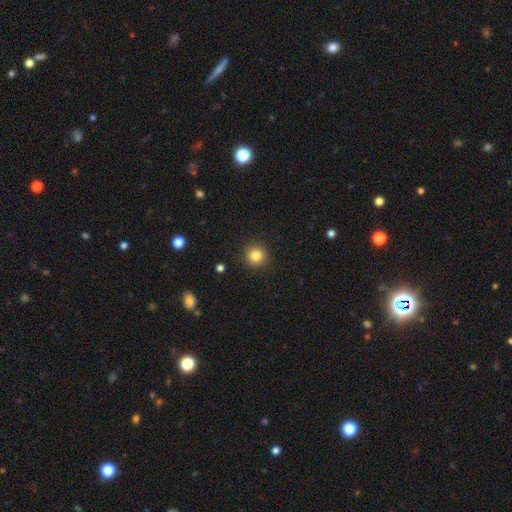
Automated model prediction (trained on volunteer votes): A smooth galaxy with no disk features (83%) that is round (94%). Merging: none (92%).